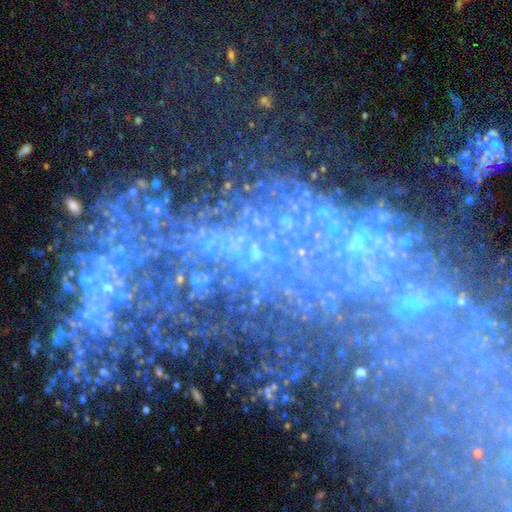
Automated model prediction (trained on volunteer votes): A star or artifact, not a galaxy (50%).